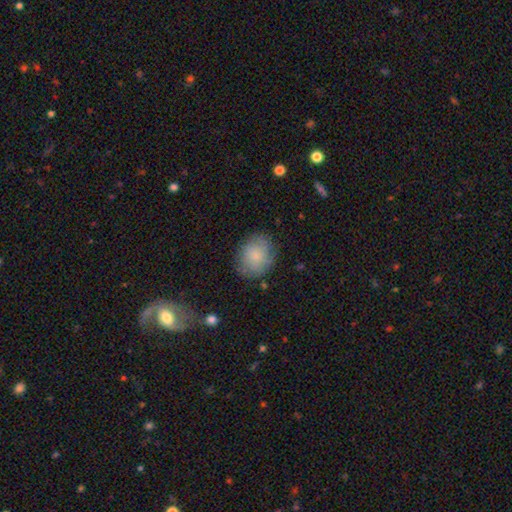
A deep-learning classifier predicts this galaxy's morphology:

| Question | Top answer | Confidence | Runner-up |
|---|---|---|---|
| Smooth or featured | smooth | 76% | featured or disk (17%) |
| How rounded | round | 64% | in between (35%) |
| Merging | none | 77% | minor disturbance (17%) |